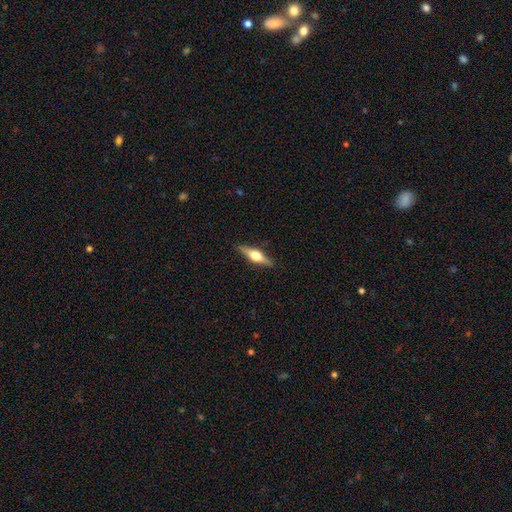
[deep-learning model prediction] Overall: featured or disk (61%; smooth 33%). Edge-on disk: yes (95%). Edge-on bulge: rounded (94%). Merging: none (89%).